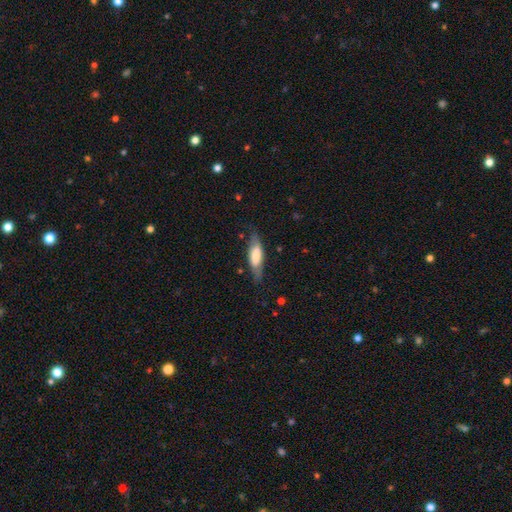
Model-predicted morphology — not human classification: The model was most divided on "how rounded": in between: 50%, cigar-shaped: 49%, round: 2%. More confident: merging — none (70%); smooth or featured — smooth (58%).